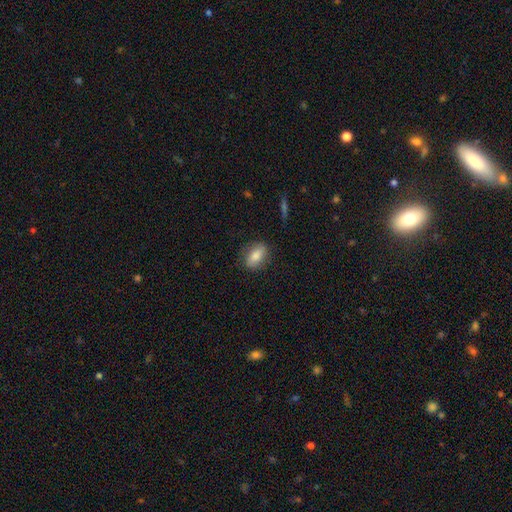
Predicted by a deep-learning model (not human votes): smooth-or-featured: smooth: 78% | featured or disk: 14% | star or artifact: 7%
  how-rounded: in between: 82% | round: 14% | cigar-shaped: 5%
  merging: none: 80% | minor disturbance: 15% | major disturbance: 4% | merger: 1%